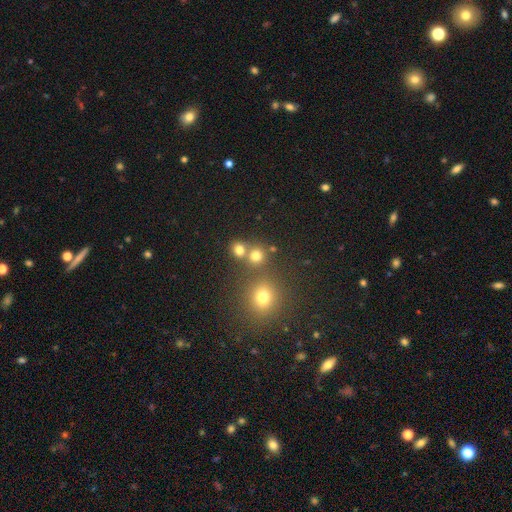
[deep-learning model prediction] Morphology: type=smooth (75%); roundness=round (89%); merging=none (64%).